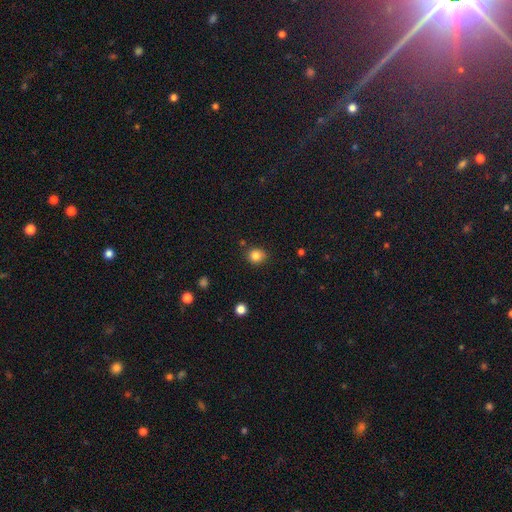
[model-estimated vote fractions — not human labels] Q: Smooth or featured?
A: smooth (83%); runner-up: star or artifact (12%)
Q: How rounded?
A: round (80%); runner-up: in between (19%)
Q: Merging?
A: none (83%); runner-up: minor disturbance (11%)